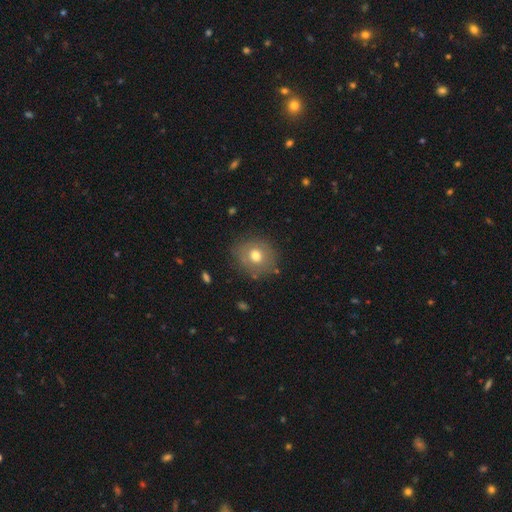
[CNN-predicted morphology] A smooth galaxy with no disk features (69%) that is round (77%). Merging: none (80%).